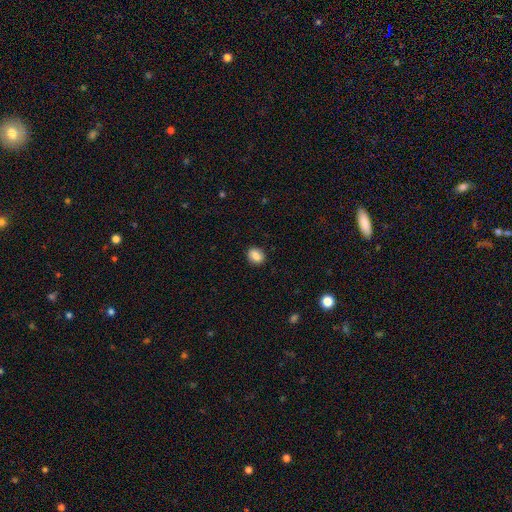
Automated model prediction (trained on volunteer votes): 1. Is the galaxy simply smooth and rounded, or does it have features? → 84% smooth, 9% star or artifact, 8% featured or disk.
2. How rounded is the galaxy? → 50% round, 48% in between, 1% cigar-shaped.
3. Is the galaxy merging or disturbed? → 88% none, 8% minor disturbance, 2% major disturbance, 1% merger.